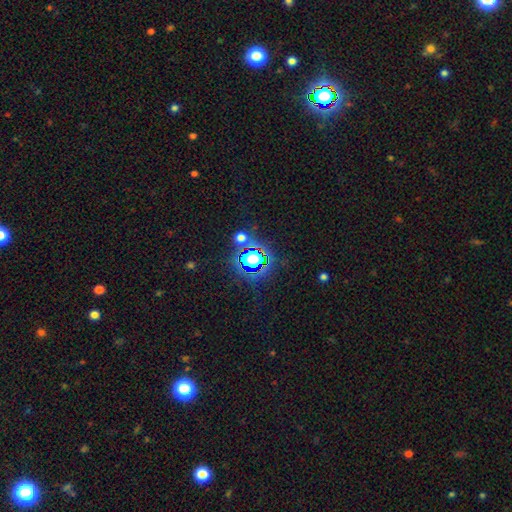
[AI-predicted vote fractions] Morphology: type=star or artifact (79%).